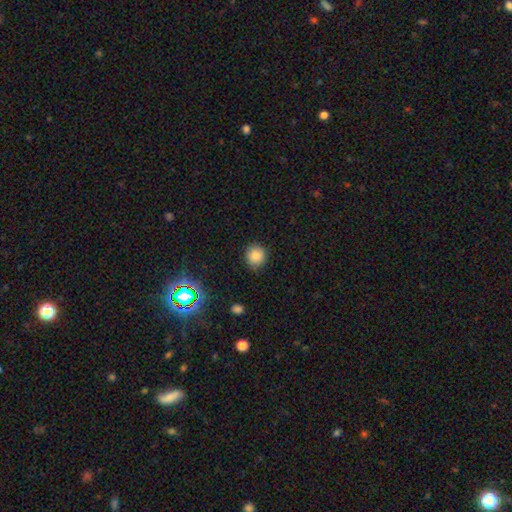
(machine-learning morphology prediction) Smooth or featured? smooth (84%)
How rounded? round (90%)
Merging? none (85%)